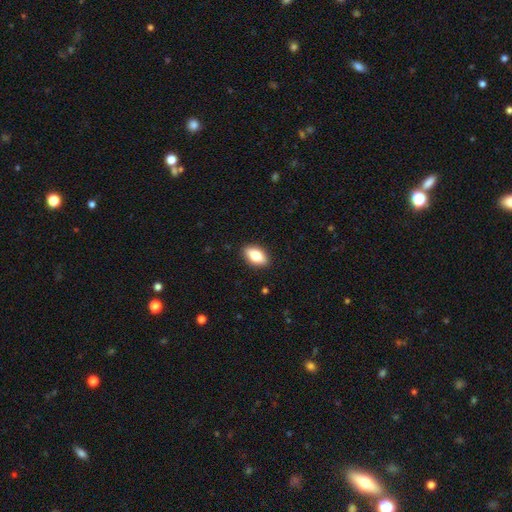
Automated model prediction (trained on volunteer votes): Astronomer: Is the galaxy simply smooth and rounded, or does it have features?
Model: smooth — 77%.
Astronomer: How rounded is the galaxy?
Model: in between — 89%.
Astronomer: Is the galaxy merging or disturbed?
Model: none — 89%.